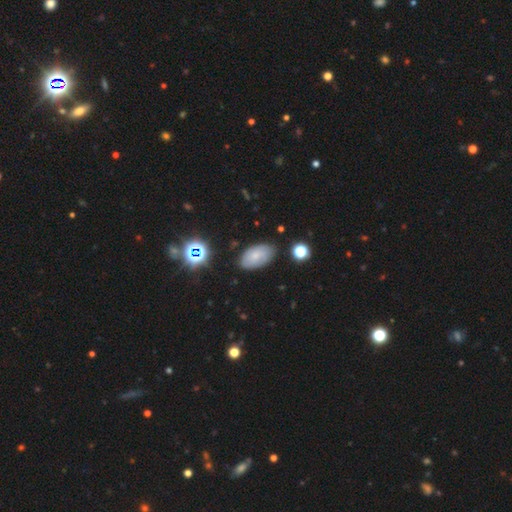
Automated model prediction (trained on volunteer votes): smooth-or-featured: smooth: 66% | featured or disk: 23% | star or artifact: 11%
  how-rounded: in between: 94% | round: 5% | cigar-shaped: 2%
  merging: none: 79% | minor disturbance: 15% | major disturbance: 4% | merger: 2%